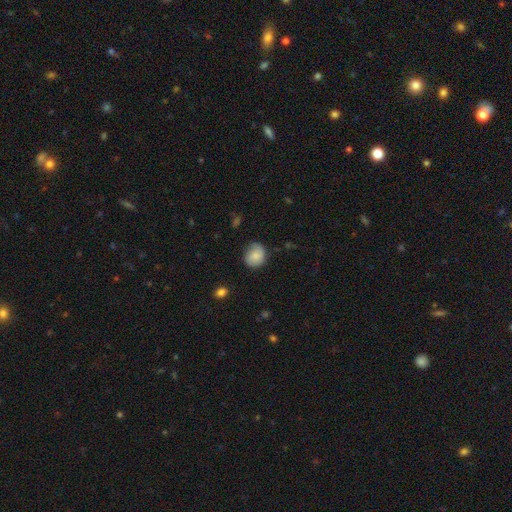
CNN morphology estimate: This is likely a smooth galaxy (79%). How rounded: likely round (70%). Merging: likely none (69%).